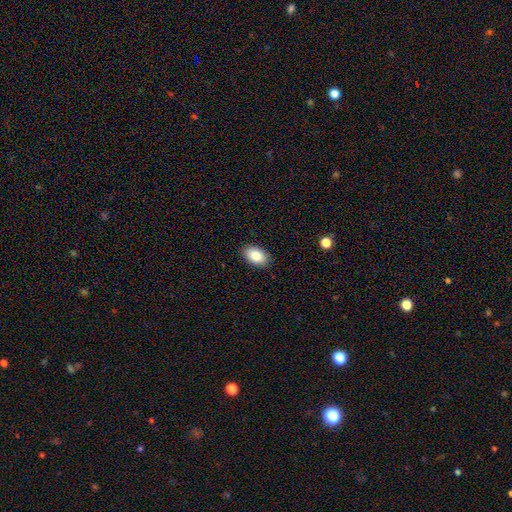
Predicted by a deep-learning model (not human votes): Overall: smooth (86%). How rounded: in between (92%). Merging: none (89%).